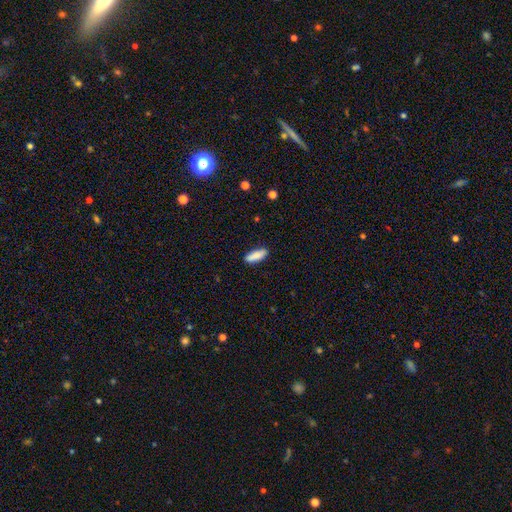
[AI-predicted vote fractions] smooth-or-featured: smooth: 88% | featured or disk: 6% | star or artifact: 6%
  how-rounded: in between: 55% | cigar-shaped: 43% | round: 2%
  merging: none: 88% | minor disturbance: 9% | major disturbance: 2% | merger: 1%